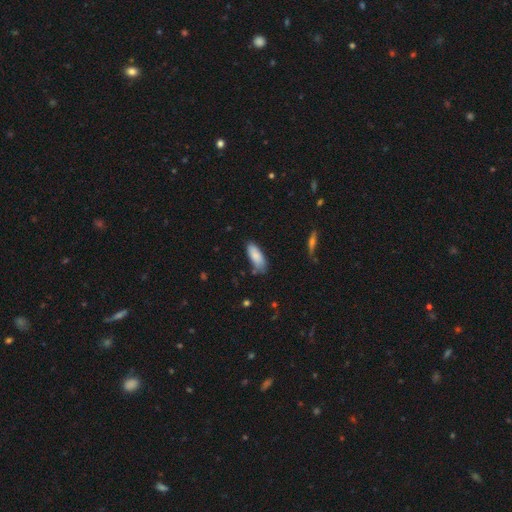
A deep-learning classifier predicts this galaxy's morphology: smooth 85%, featured or disk 9%, star or artifact 6%. Down the decision tree: how rounded — in between (76%); merging — none (69%).